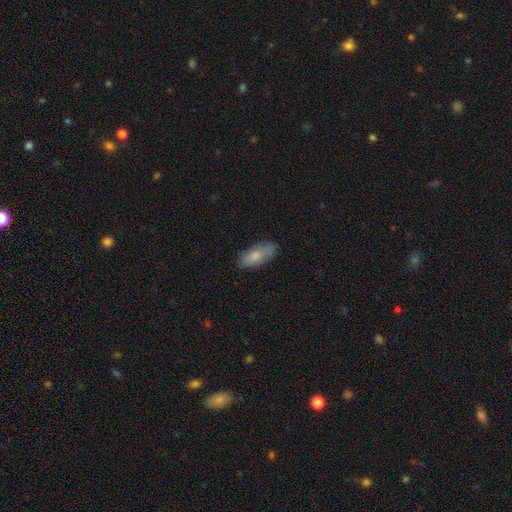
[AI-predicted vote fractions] smooth 76%, featured or disk 18%, star or artifact 6%. Down the decision tree: how rounded — in between (83%); merging — none (80%).